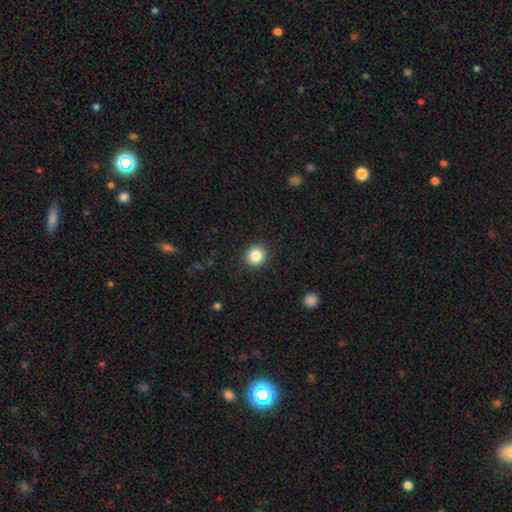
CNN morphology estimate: Smooth or featured?
  - smooth: 85% *
  - star or artifact: 10%
  - featured or disk: 5%
How rounded?
  - round: 87% *
  - in between: 12%
  - cigar-shaped: 1%
Merging?
  - none: 91% *
  - minor disturbance: 6%
  - major disturbance: 2%
  - merger: 1%